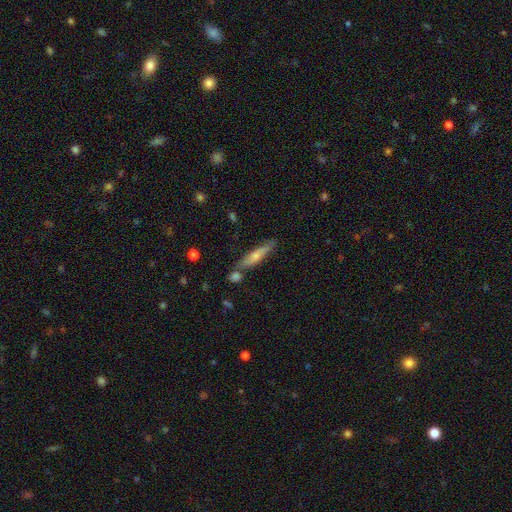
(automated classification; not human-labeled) A featured or disk galaxy (53%) viewed edge-on (90%). Merging: none (75%).